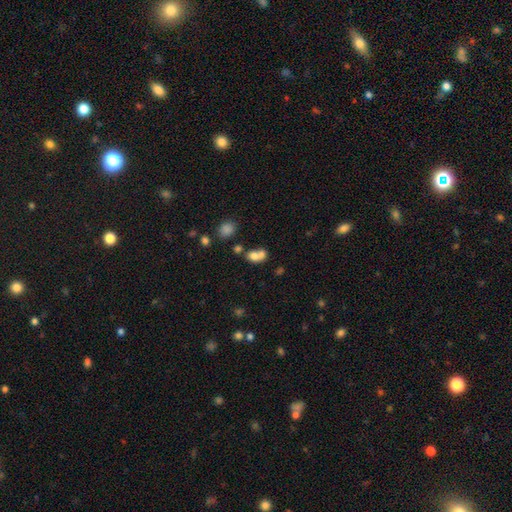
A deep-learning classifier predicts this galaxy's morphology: Smooth or featured? smooth (72%)
How rounded? round (50%)
Merging? merger (62%)